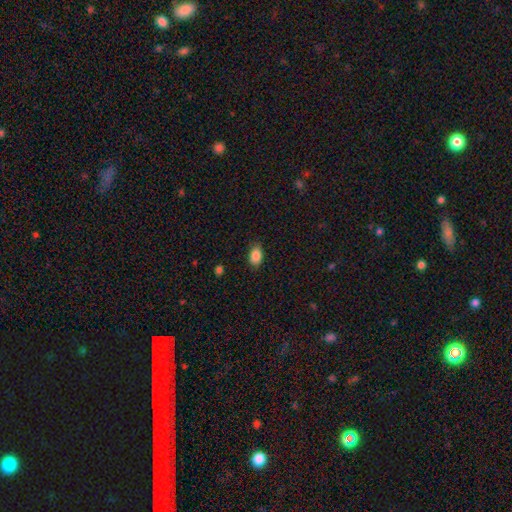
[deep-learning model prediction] smooth_or_featured: smooth (p=0.87) [alt: star or artifact p=0.08]
how_rounded: in between (p=0.86) [alt: round p=0.12]
merging: none (p=0.82) [alt: minor disturbance p=0.14]